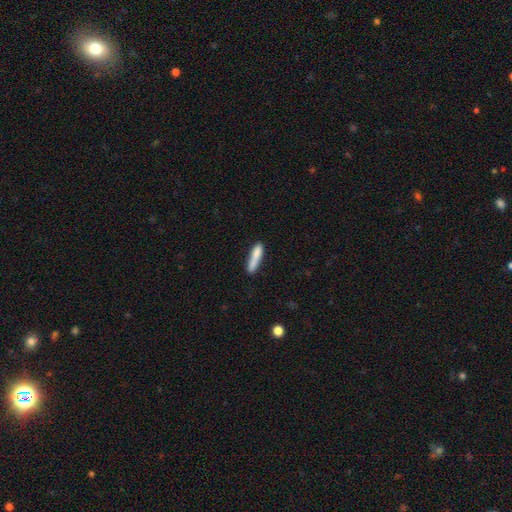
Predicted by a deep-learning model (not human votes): Morphology: type=smooth (80%); roundness=cigar-shaped (85%); merging=none (69%).